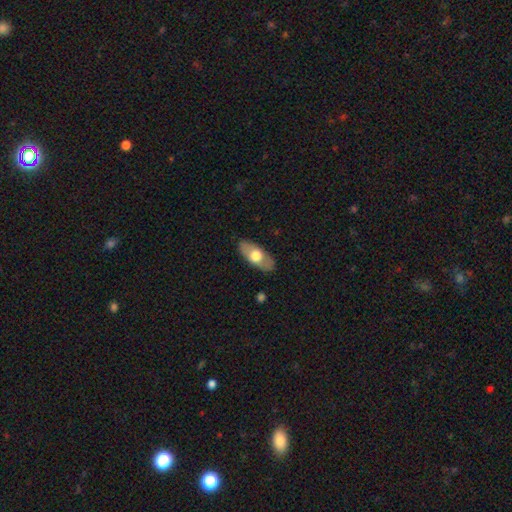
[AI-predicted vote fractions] Overall: smooth (59%; featured or disk 36%). How rounded: in between (87%). Merging: none (86%).